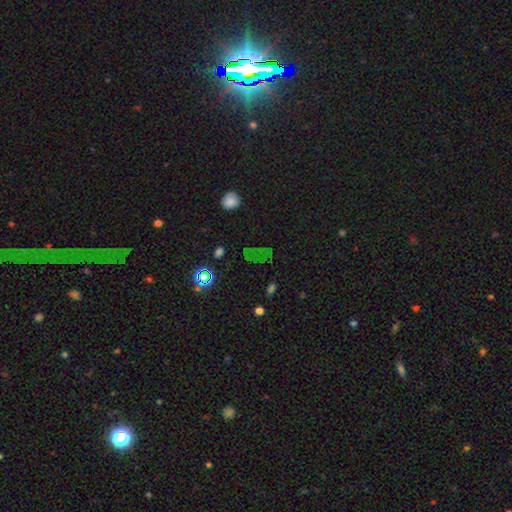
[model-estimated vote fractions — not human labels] Overall: star or artifact (62%; smooth 26%).